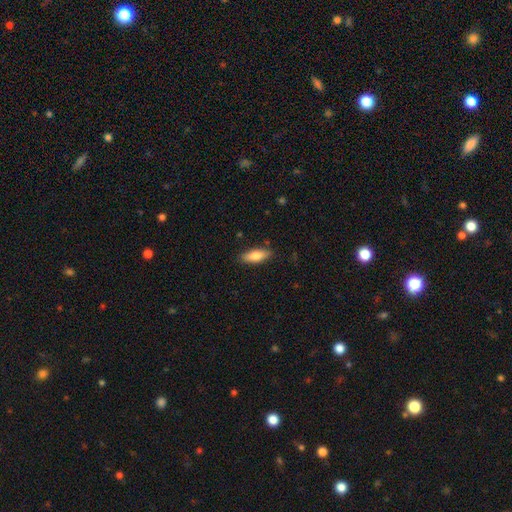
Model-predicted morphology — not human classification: Q: Smooth or featured?
A: smooth (76%); runner-up: featured or disk (18%)
Q: How rounded?
A: in between (62%); runner-up: cigar-shaped (35%)
Q: Merging?
A: none (85%); runner-up: minor disturbance (11%)